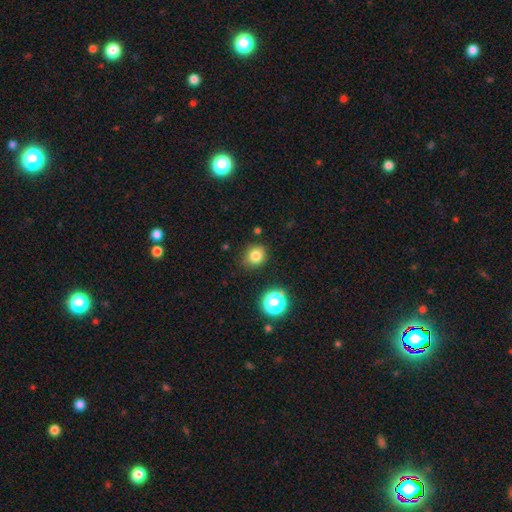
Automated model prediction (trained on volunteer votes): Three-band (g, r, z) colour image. It shows a smooth galaxy with no disk features (80%) that is round (70%). Merging: none (82%).